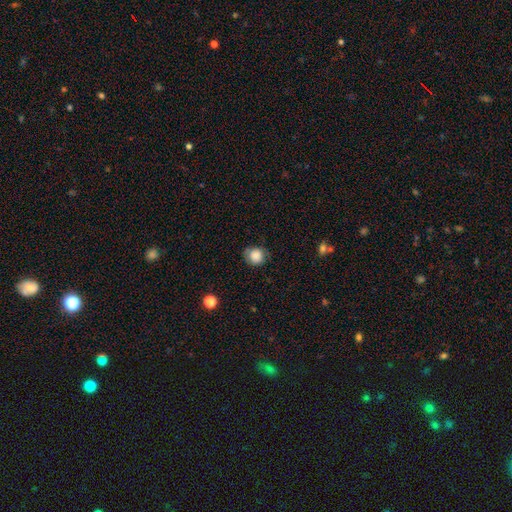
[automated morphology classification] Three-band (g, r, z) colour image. It shows a smooth galaxy with no disk features (84%) that is round (84%). Merging: none (71%).